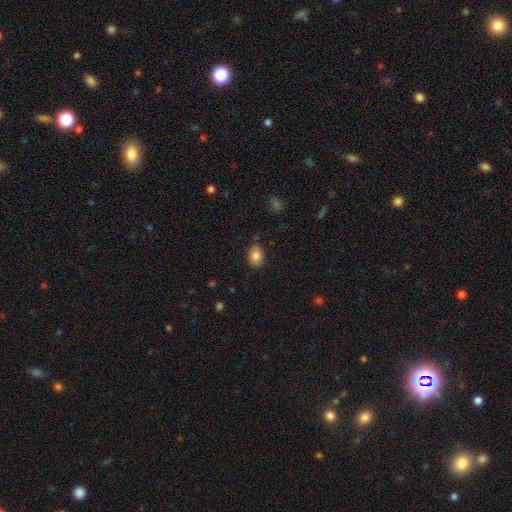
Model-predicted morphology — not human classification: Smooth or featured?
  - smooth: 84% *
  - star or artifact: 9%
  - featured or disk: 7%
How rounded?
  - in between: 67% *
  - round: 32%
  - cigar-shaped: 1%
Merging?
  - none: 83% *
  - minor disturbance: 13%
  - major disturbance: 3%
  - merger: 2%